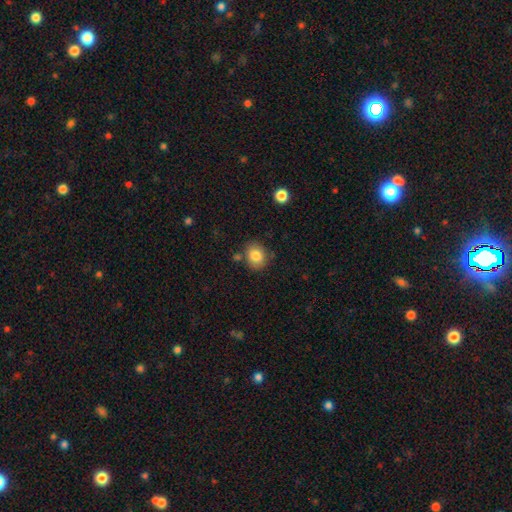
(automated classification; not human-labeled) Smooth or featured: smooth — 83% (star or artifact — 9%)
How rounded: round — 63% (in between — 36%)
Merging: none — 78% (minor disturbance — 13%)